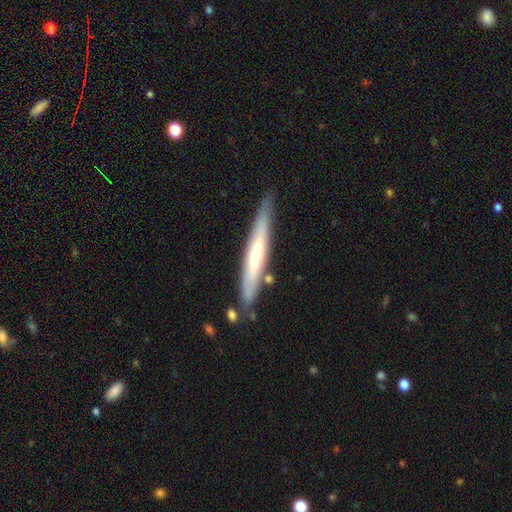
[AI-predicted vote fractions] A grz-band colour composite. It shows a featured or disk galaxy (49%). Merging: none (81%).